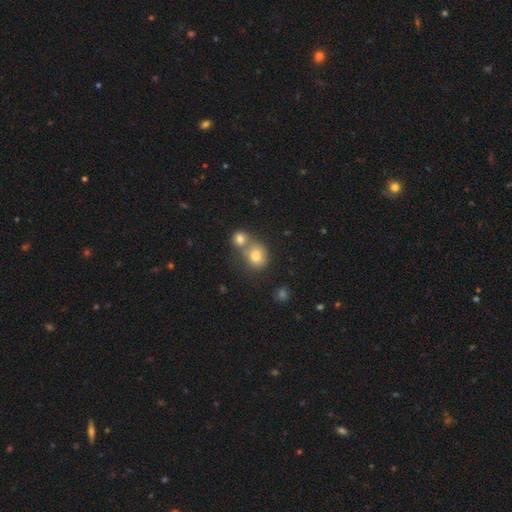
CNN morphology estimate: smooth_or_featured: smooth (p=0.77) [alt: star or artifact p=0.12]
how_rounded: round (p=0.74) [alt: in between p=0.25]
merging: merger (p=0.50) [alt: none p=0.39]